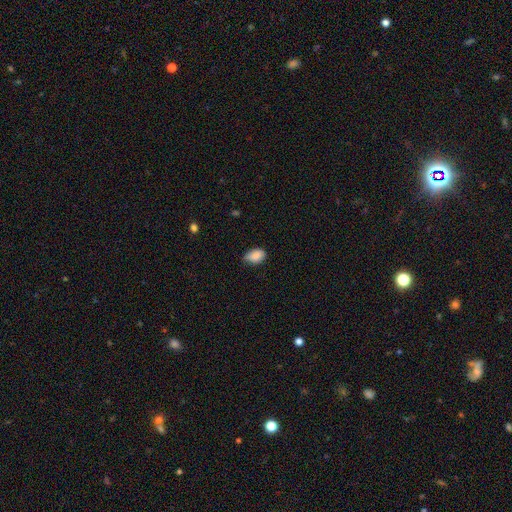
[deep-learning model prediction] This is clearly a smooth galaxy (87%). How rounded: clearly in between (86%). Merging: possibly none (58%).